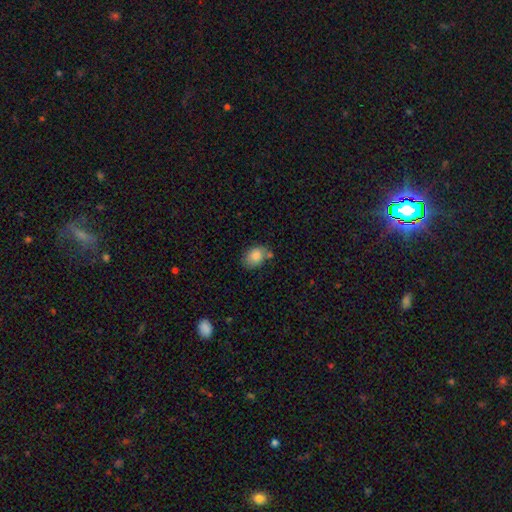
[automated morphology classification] A smooth galaxy with no disk features (85%) that is in between round and cigar-shaped (73%).

Vote fractions:
- Smooth or featured? smooth: 85% / star or artifact: 8% / featured or disk: 7%
- How rounded? in between: 73% / round: 26% / cigar-shaped: 1%
- Merging? none: 62% / minor disturbance: 21% / merger: 11% / major disturbance: 5%